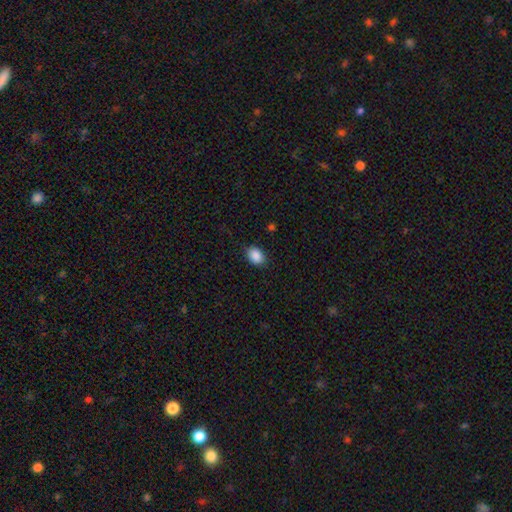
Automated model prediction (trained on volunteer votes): Smooth or featured?
  - smooth: 89% *
  - star or artifact: 8%
  - featured or disk: 3%
How rounded?
  - in between: 72% *
  - round: 27%
  - cigar-shaped: 1%
Merging?
  - none: 86% *
  - minor disturbance: 11%
  - major disturbance: 2%
  - merger: 1%